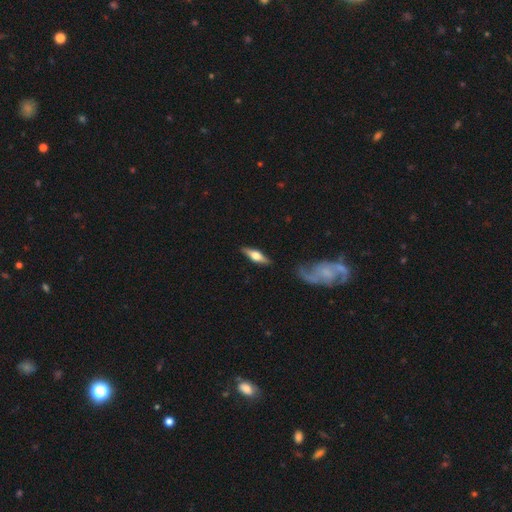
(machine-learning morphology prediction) Smooth or featured: featured or disk — 65% (smooth — 30%)
Edge-on disk: yes — 93% (no — 7%)
Edge-on bulge: rounded — 94% (boxy — 4%)
Merging: none — 85% (minor disturbance — 10%)